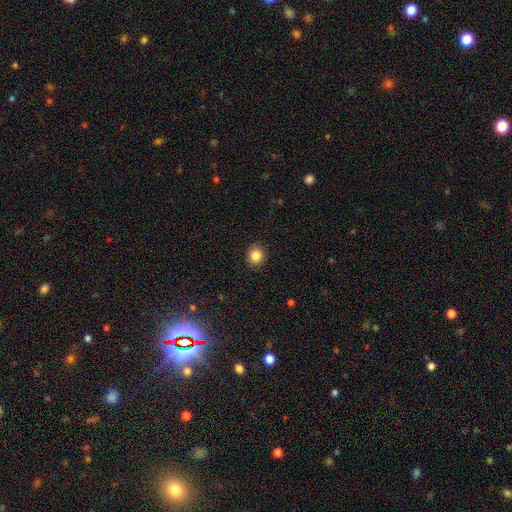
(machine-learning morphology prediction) This is clearly a smooth galaxy (85%). How rounded: clearly round (83%). Merging: clearly none (91%).